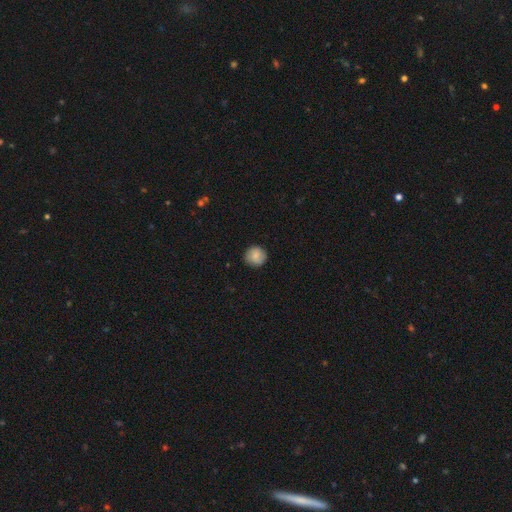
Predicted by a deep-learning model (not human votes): This appears to be a smooth galaxy with no disk features (81%) that is round (93%). Merging: none (88%).